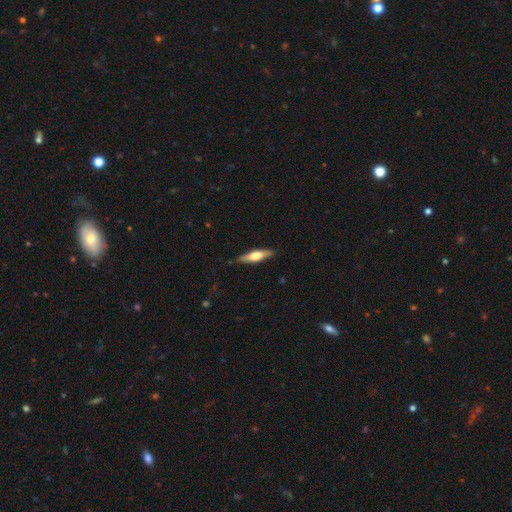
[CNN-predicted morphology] Overall: featured or disk (53%; smooth 42%). Edge-on disk: yes (94%). Merging: none (88%).